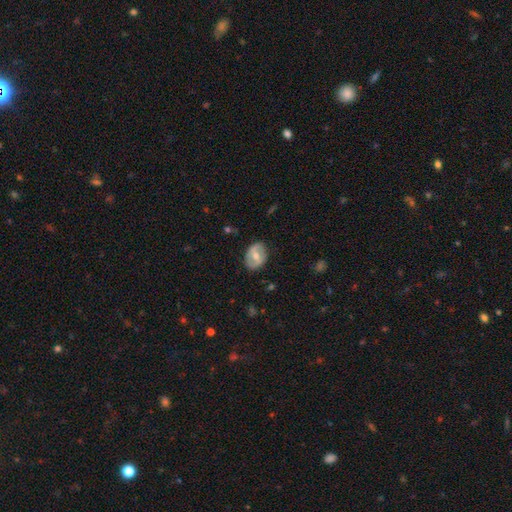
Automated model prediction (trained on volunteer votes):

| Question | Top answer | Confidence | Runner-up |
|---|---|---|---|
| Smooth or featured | featured or disk | 58% | smooth (36%) |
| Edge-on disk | no | 94% | yes (6%) |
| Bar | weak | 40% | no (31%) |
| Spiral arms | no | 52% | yes (48%) |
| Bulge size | moderate | 71% | small (24%) |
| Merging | none | 81% | minor disturbance (14%) |